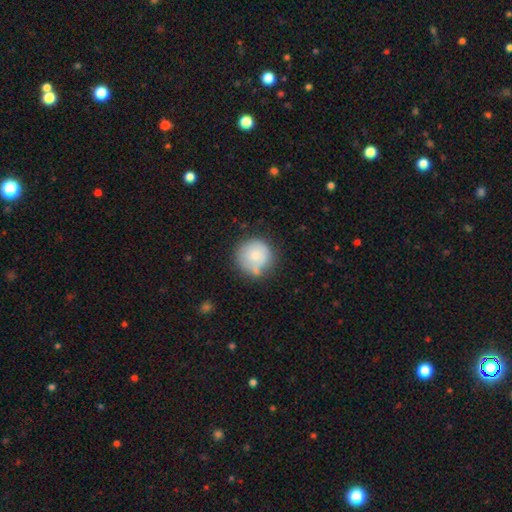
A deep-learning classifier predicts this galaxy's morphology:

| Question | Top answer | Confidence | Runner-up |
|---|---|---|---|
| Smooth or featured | smooth | 80% | featured or disk (13%) |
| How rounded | round | 93% | in between (6%) |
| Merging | none | 61% | minor disturbance (22%) |